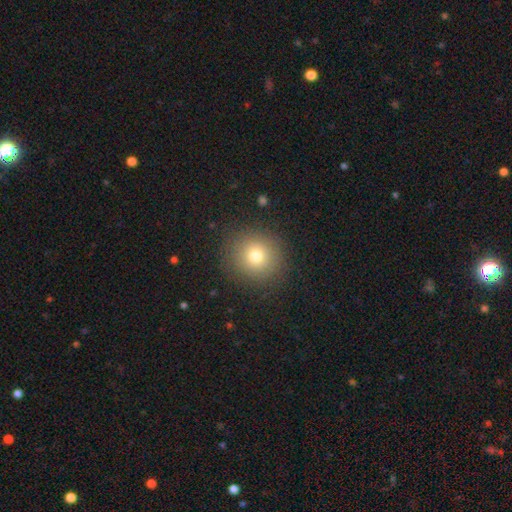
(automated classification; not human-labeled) smooth_or_featured: smooth (p=0.76) [alt: star or artifact p=0.13]
how_rounded: round (p=0.91) [alt: in between p=0.08]
merging: none (p=0.88) [alt: minor disturbance p=0.08]